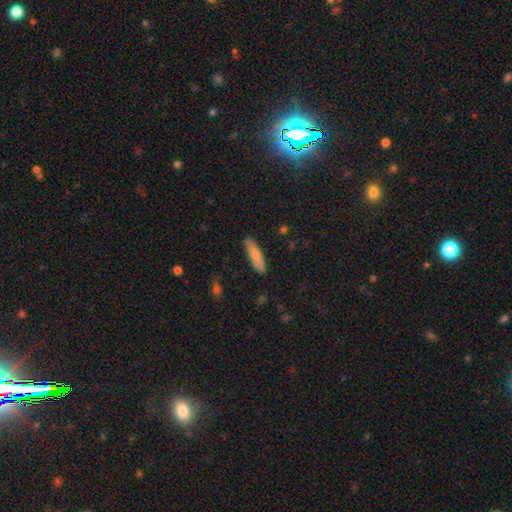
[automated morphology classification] A smooth galaxy with no disk features (77%) that is cigar-shaped (71%).

Vote fractions:
- Smooth or featured? smooth: 77% / featured or disk: 17% / star or artifact: 6%
- How rounded? cigar-shaped: 71% / in between: 27% / round: 2%
- Merging? none: 86% / minor disturbance: 10% / major disturbance: 2% / merger: 1%